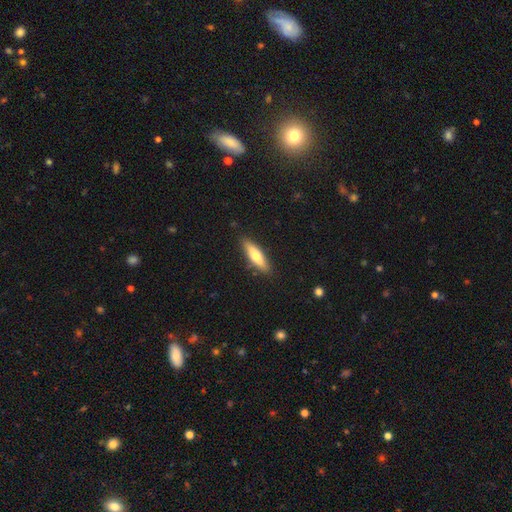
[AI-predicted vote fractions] Morphology: type=smooth (65%); roundness=cigar-shaped (61%); merging=none (86%).